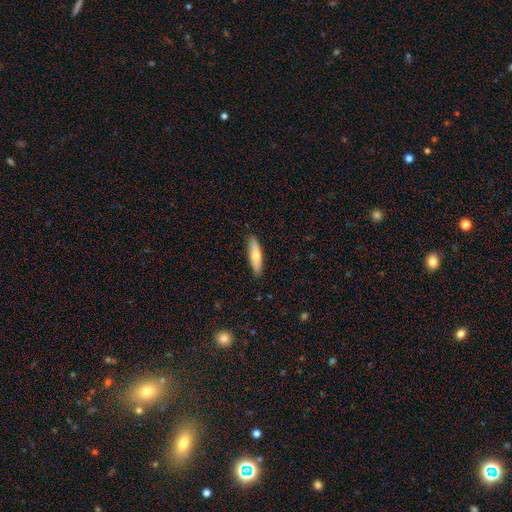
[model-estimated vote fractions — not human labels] Q: Smooth or featured?
A: smooth (68%); runner-up: featured or disk (27%)
Q: How rounded?
A: cigar-shaped (70%); runner-up: in between (28%)
Q: Merging?
A: none (89%); runner-up: minor disturbance (8%)